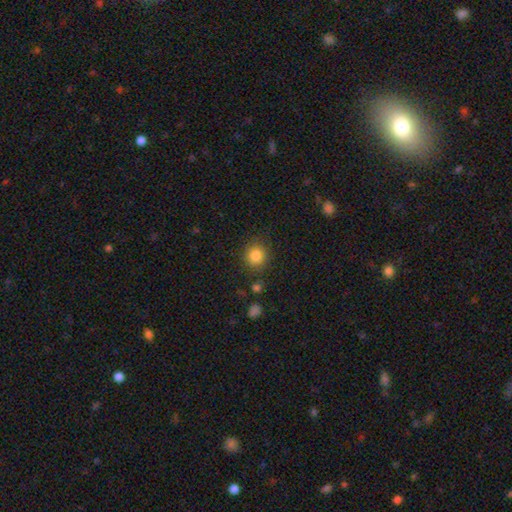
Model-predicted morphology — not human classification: Overall: smooth (84%). How rounded: round (89%). Merging: none (86%).